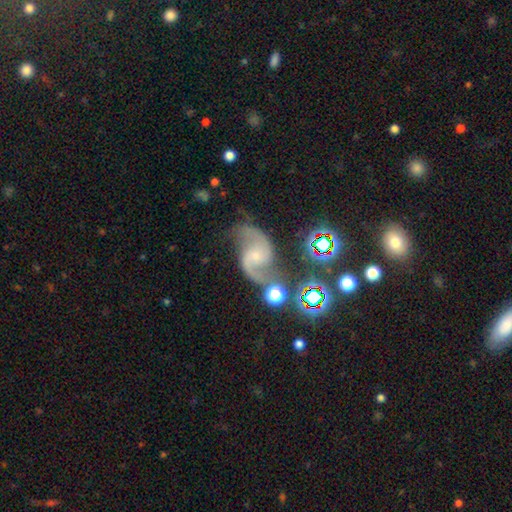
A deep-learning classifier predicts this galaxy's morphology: smooth_or_featured: featured or disk (p=0.86) [alt: star or artifact p=0.08]
disk_edge_on: no (p=0.98) [alt: yes p=0.02]
bar: no (p=0.55) [alt: weak p=0.36]
has_spiral_arms: yes (p=0.97) [alt: no p=0.03]
spiral_winding: loose (p=0.58) [alt: medium p=0.35]
spiral_arm_count: 2 (p=0.93) [alt: can't tell p=0.02]
bulge_size: small (p=0.62) [alt: moderate p=0.27]
merging: none (p=0.60) [alt: minor disturbance p=0.20]